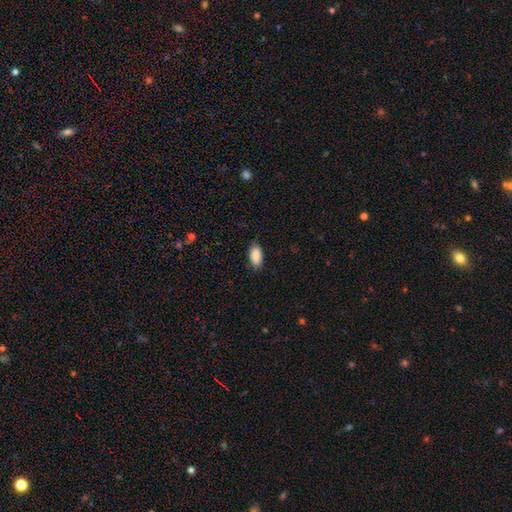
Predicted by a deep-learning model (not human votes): Smooth or featured: smooth — 89% (star or artifact — 6%)
How rounded: in between — 92% (cigar-shaped — 5%)
Merging: none — 85% (minor disturbance — 12%)